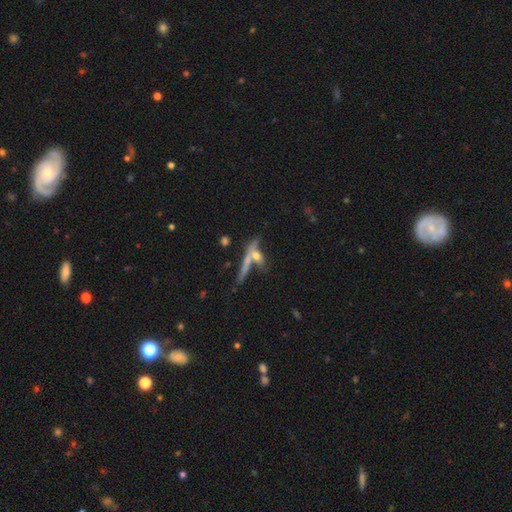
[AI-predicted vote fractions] smooth_or_featured: featured or disk (p=0.51) [alt: smooth p=0.28]
disk_edge_on: yes (p=0.63) [alt: no p=0.37]
merging: none (p=0.37) [alt: merger p=0.35]